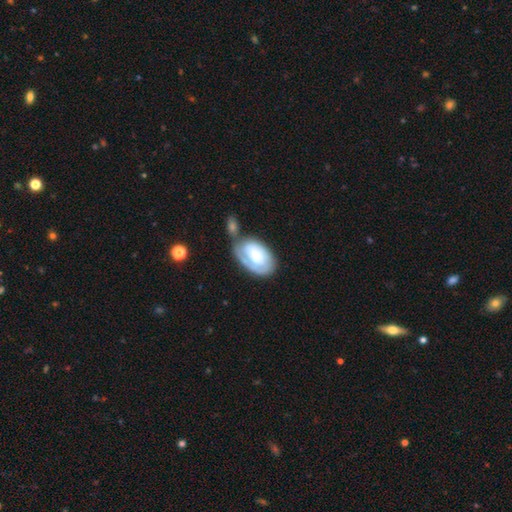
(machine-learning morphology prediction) smooth 47%, featured or disk 46%, star or artifact 6%. Down the decision tree: merging — none (35%).